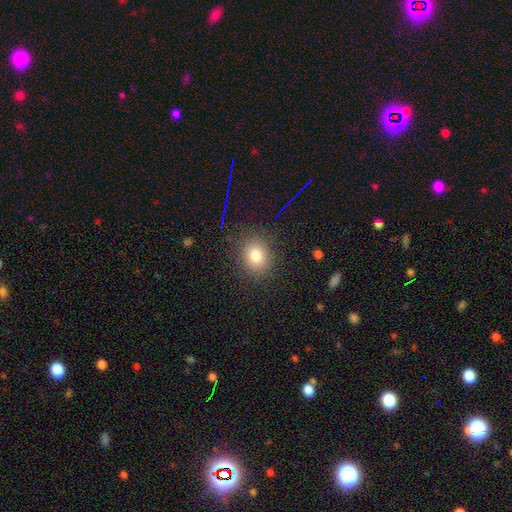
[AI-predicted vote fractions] smooth-or-featured: smooth: 78% | star or artifact: 14% | featured or disk: 8%
  how-rounded: round: 62% | in between: 37% | cigar-shaped: 1%
  merging: none: 86% | minor disturbance: 9% | major disturbance: 3% | merger: 1%